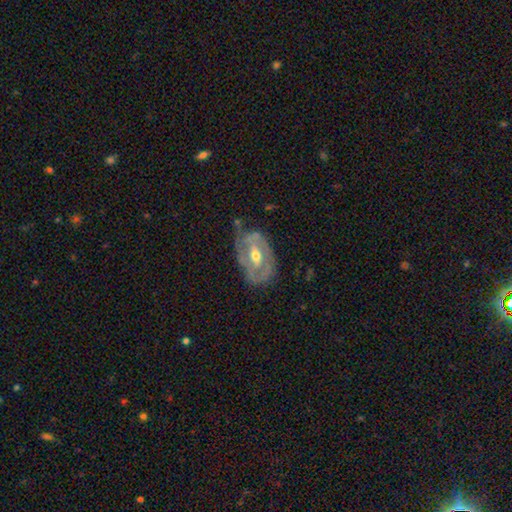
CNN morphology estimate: Smooth or featured: featured or disk — 78% (smooth — 17%)
Edge-on disk: no — 94% (yes — 6%)
Bar: weak — 42% (strong — 32%)
Spiral arms: yes — 70% (no — 30%)
Spiral winding: tight — 49% (medium — 36%)
Spiral arm count: 2 — 53% (can't tell — 28%)
Bulge size: moderate — 71% (small — 23%)
Merging: none — 55% (minor disturbance — 30%)